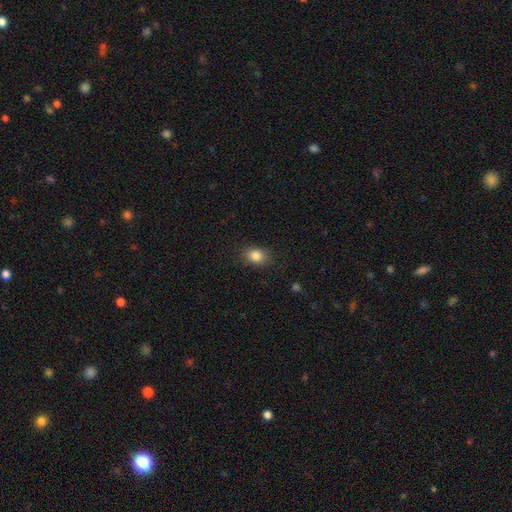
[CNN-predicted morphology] smooth_or_featured: smooth (p=0.85) [alt: star or artifact p=0.10]
how_rounded: in between (p=0.63) [alt: round p=0.35]
merging: none (p=0.85) [alt: minor disturbance p=0.11]